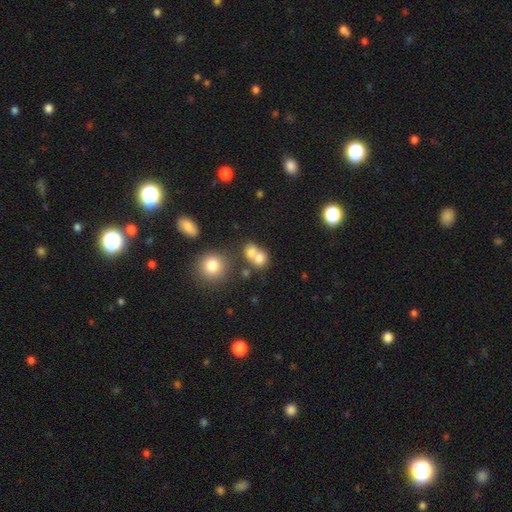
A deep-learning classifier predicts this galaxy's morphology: type=smooth (71%); roundness=round (58%); merging=merger (60%).